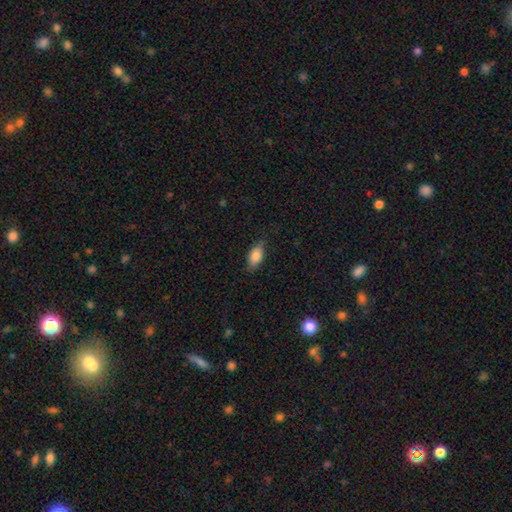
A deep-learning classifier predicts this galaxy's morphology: smooth 83%, featured or disk 10%, star or artifact 7%. Down the decision tree: how rounded — in between (89%); merging — none (79%).